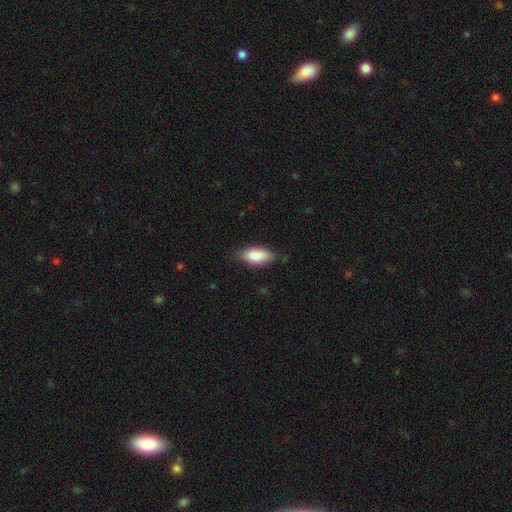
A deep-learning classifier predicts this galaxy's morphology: This is clearly a smooth galaxy (85%). How rounded: clearly in between (88%). Merging: likely none (74%).